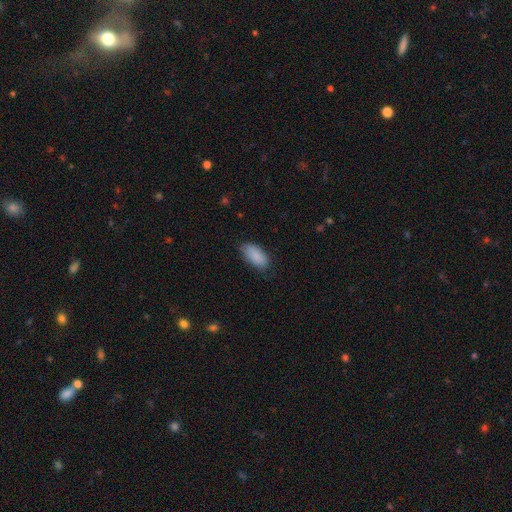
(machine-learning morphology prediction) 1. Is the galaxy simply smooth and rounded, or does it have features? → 89% smooth, 6% star or artifact, 5% featured or disk.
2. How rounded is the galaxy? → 93% in between, 5% cigar-shaped, 2% round.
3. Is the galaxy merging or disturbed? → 78% none, 18% minor disturbance, 3% major disturbance, 1% merger.